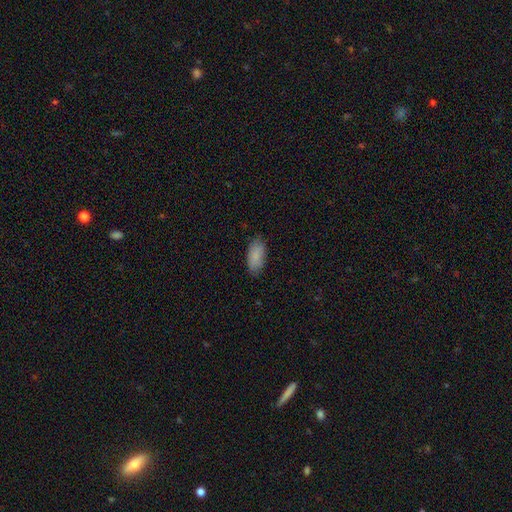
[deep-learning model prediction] Smooth or featured? smooth (88%)
How rounded? in between (91%)
Merging? none (83%)